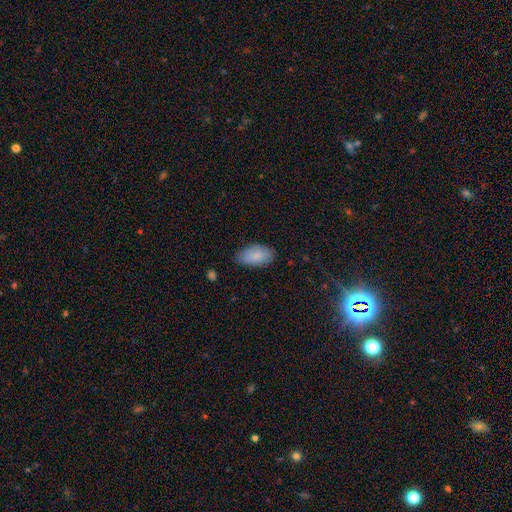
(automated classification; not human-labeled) smooth-or-featured: smooth: 86% | featured or disk: 8% | star or artifact: 6%
  how-rounded: in between: 95% | round: 3% | cigar-shaped: 2%
  merging: none: 78% | minor disturbance: 18% | major disturbance: 3% | merger: 1%